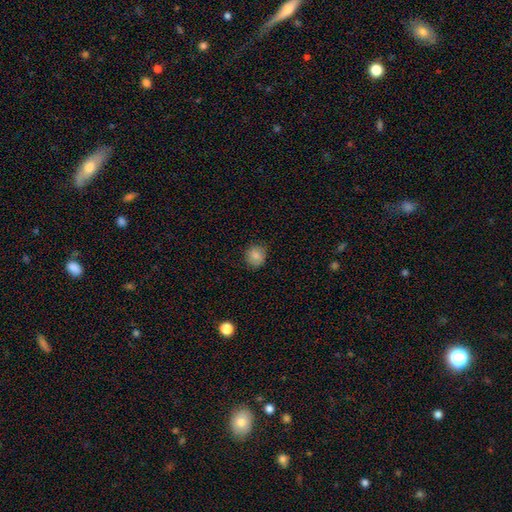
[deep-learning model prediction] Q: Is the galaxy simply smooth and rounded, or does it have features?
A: smooth — 84%.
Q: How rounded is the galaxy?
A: round — 83%.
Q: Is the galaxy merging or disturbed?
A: none — 83%.